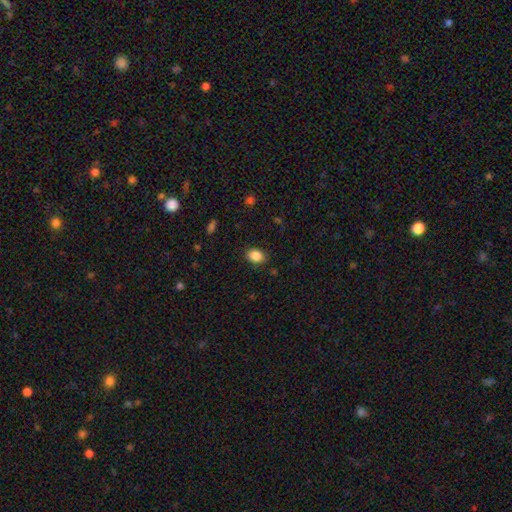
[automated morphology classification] This appears to be a smooth galaxy with no disk features (87%) that is in between round and cigar-shaped (72%). Merging: none (86%).